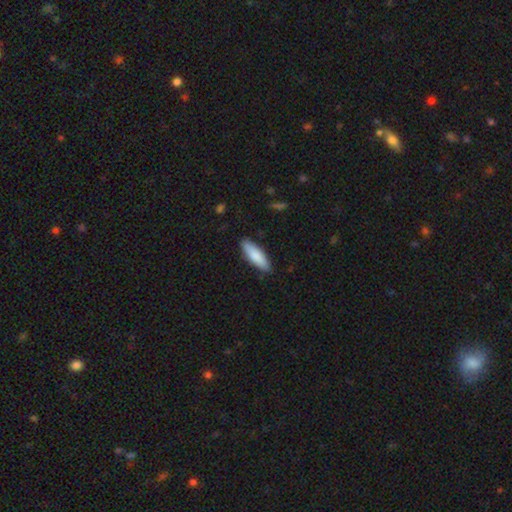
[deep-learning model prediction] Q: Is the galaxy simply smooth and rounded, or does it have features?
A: smooth — 84%.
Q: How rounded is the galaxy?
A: cigar-shaped — 50%.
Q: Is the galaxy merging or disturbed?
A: none — 88%.